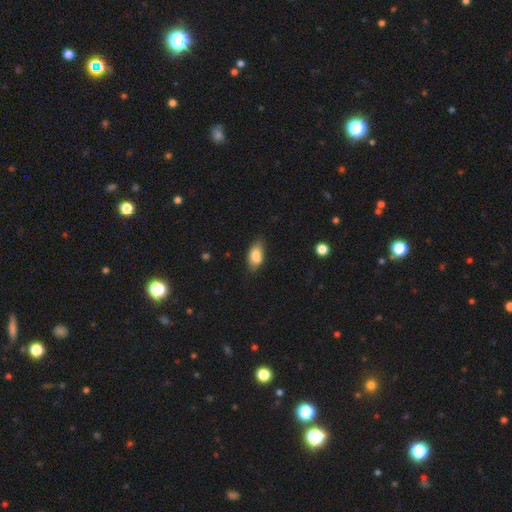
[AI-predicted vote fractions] Smooth or featured?
  - smooth: 78% *
  - featured or disk: 14%
  - star or artifact: 8%
How rounded?
  - in between: 88% *
  - cigar-shaped: 7%
  - round: 5%
Merging?
  - none: 65% *
  - minor disturbance: 25%
  - major disturbance: 5%
  - merger: 4%